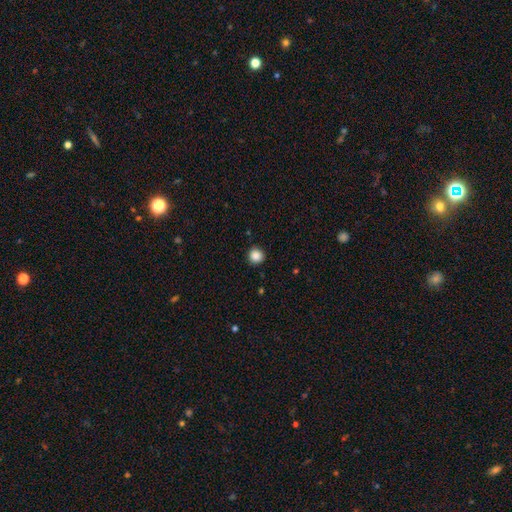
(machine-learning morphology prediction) This appears to be a smooth galaxy with no disk features (87%) that is round (95%). Merging: none (92%).